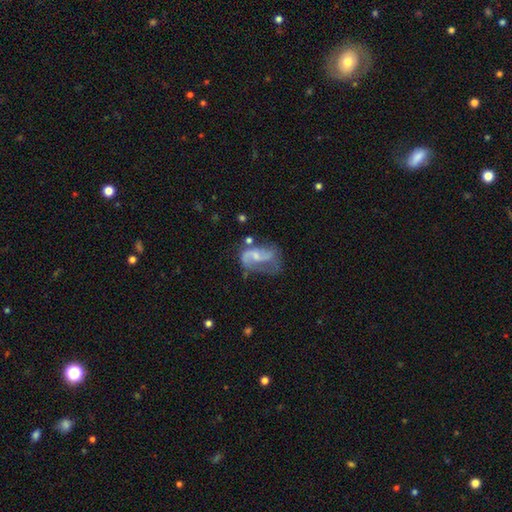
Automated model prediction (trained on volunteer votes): Morphology: type=featured or disk (73%); edge-on=no (97%); bar=no (49%); spiral arms=yes (82%); winding=loose (55%); arm count=2 (68%); bulge=small (51%); merging=major disturbance (34%).